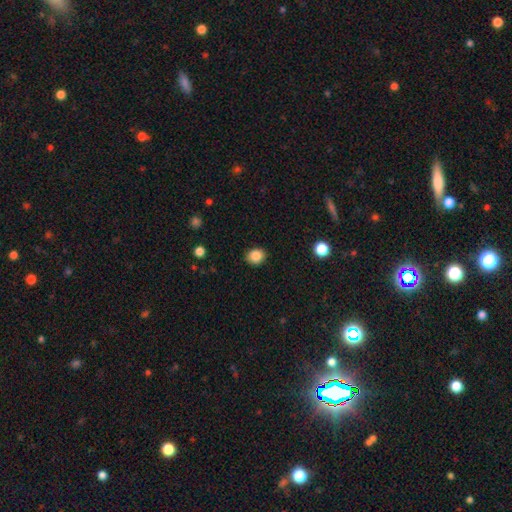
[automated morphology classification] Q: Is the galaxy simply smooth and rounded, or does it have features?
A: smooth — 86%.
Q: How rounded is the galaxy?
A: round — 60%.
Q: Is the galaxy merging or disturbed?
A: none — 89%.